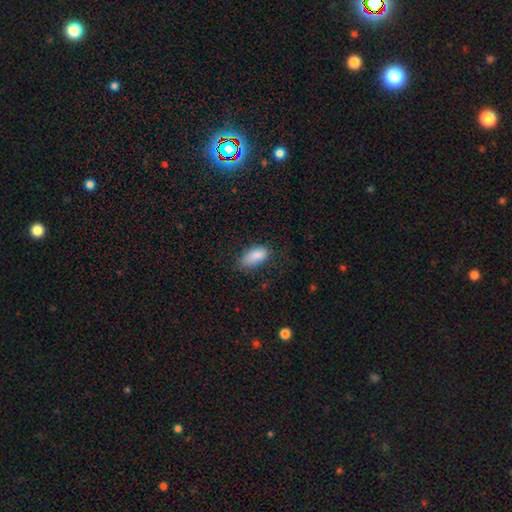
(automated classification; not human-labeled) Smooth or featured? Predicted: smooth (p=0.87). How rounded? Predicted: in between (p=0.92). Merging? Predicted: none (p=0.69).